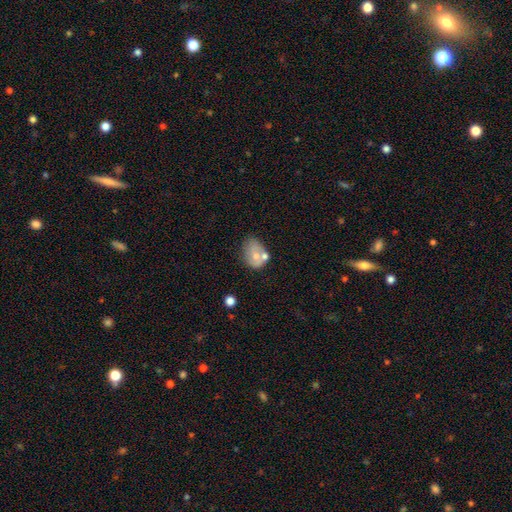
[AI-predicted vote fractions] Smooth or featured? Predicted: smooth (p=0.56). How rounded? Predicted: in between (p=0.67). Merging? Predicted: none (p=0.36).